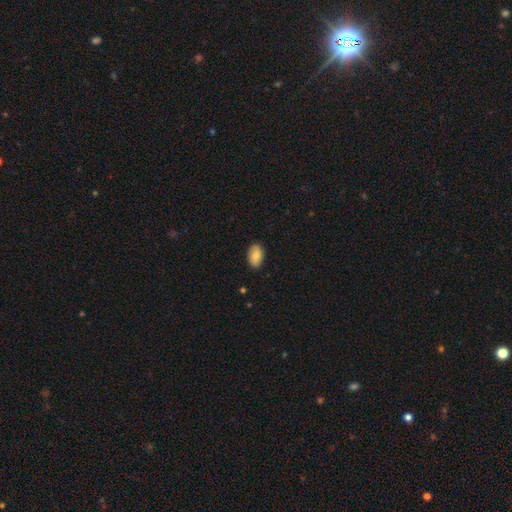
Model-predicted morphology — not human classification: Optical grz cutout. It shows a smooth galaxy with no disk features (78%) that is in between round and cigar-shaped (92%). Merging: none (87%).